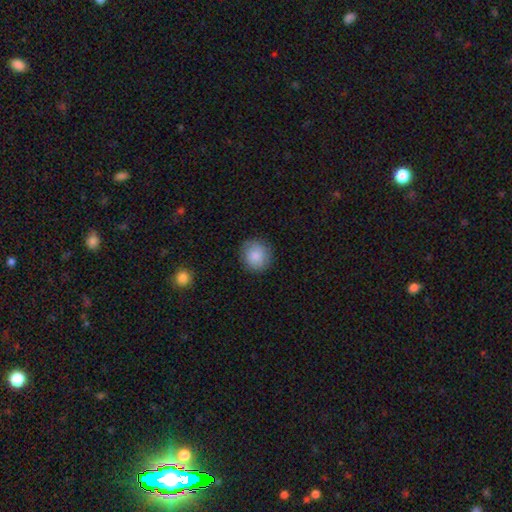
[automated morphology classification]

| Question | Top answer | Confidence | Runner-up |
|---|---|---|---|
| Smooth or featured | smooth | 87% | star or artifact (7%) |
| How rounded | round | 88% | in between (11%) |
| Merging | none | 87% | minor disturbance (10%) |